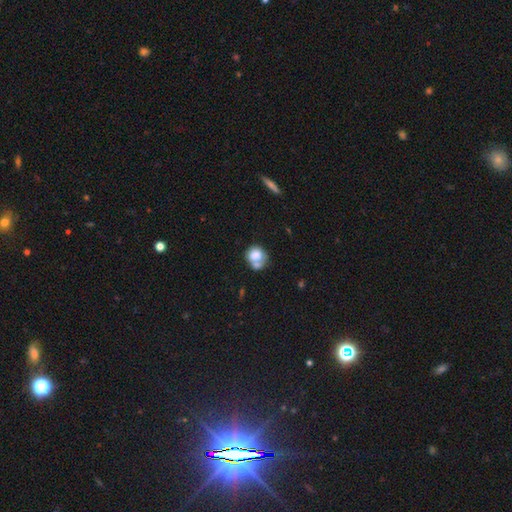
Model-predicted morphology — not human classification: The model was most divided on "merging": merger: 45%, none: 34%, minor disturbance: 14%, major disturbance: 7%. More confident: smooth or featured — smooth (73%); how rounded — round (71%).